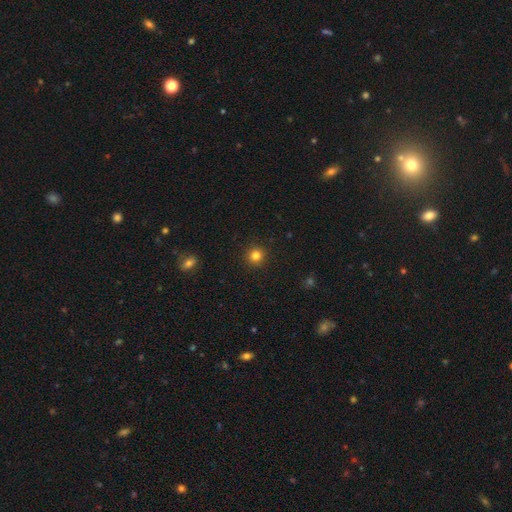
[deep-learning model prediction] smooth_or_featured: smooth (p=0.82) [alt: star or artifact p=0.13]
how_rounded: round (p=0.94) [alt: in between p=0.05]
merging: none (p=0.92) [alt: minor disturbance p=0.05]